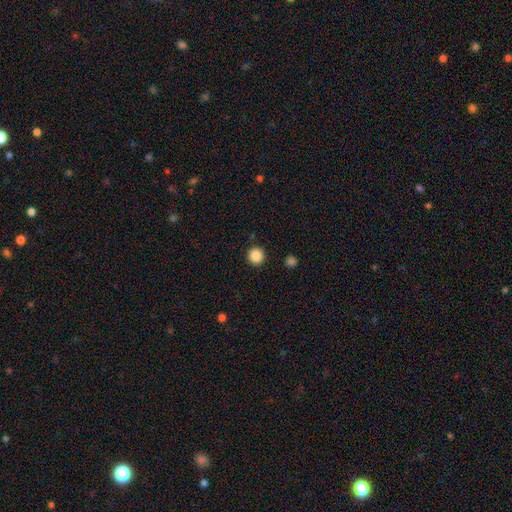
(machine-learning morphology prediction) Q: Smooth or featured?
A: smooth (88%); runner-up: star or artifact (10%)
Q: How rounded?
A: round (93%); runner-up: in between (6%)
Q: Merging?
A: none (90%); runner-up: minor disturbance (6%)